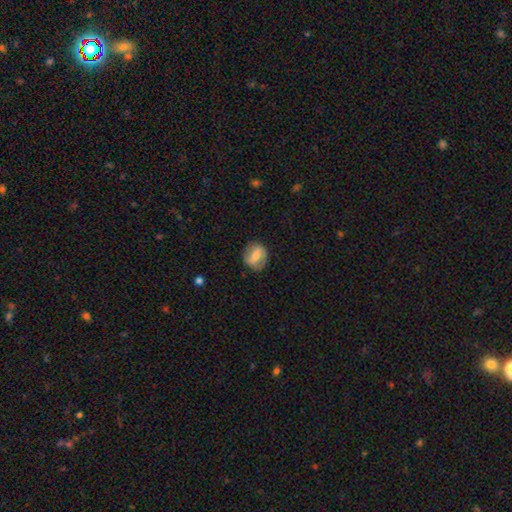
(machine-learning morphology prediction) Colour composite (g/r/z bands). It shows a smooth galaxy with no disk features (51%) that is round (69%). Merging: none (79%).